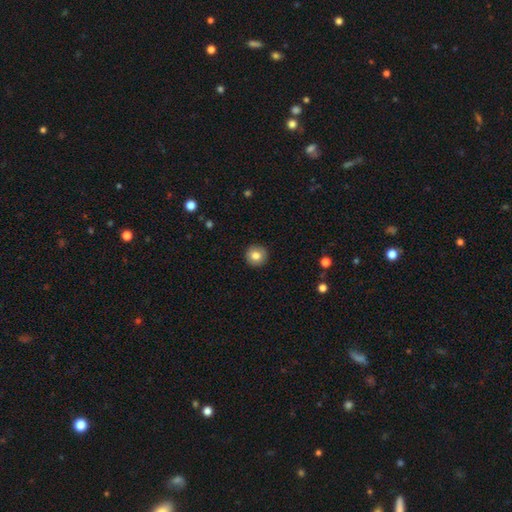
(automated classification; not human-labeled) smooth 82%, featured or disk 9%, star or artifact 9%. Down the decision tree: how rounded — round (94%); merging — none (92%).